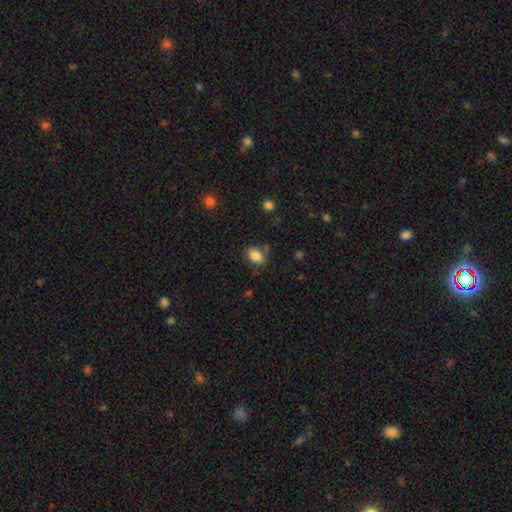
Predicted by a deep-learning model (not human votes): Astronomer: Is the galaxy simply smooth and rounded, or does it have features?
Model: smooth — 84%.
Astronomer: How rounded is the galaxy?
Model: in between — 84%.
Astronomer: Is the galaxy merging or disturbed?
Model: none — 76%.